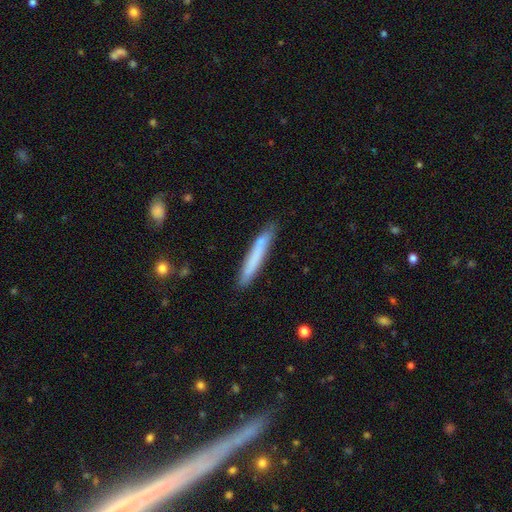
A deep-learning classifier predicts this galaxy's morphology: Smooth or featured?
  - smooth: 71% *
  - featured or disk: 23%
  - star or artifact: 6%
How rounded?
  - cigar-shaped: 96% *
  - in between: 3%
  - round: 1%
Merging?
  - none: 85% *
  - minor disturbance: 11%
  - merger: 2%
  - major disturbance: 2%